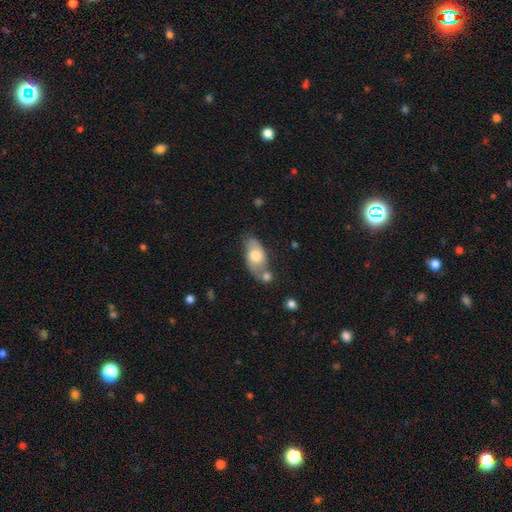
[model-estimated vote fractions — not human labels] Q: Smooth or featured?
A: smooth (62%); runner-up: featured or disk (32%)
Q: How rounded?
A: in between (89%); runner-up: round (6%)
Q: Merging?
A: none (50%); runner-up: merger (22%)